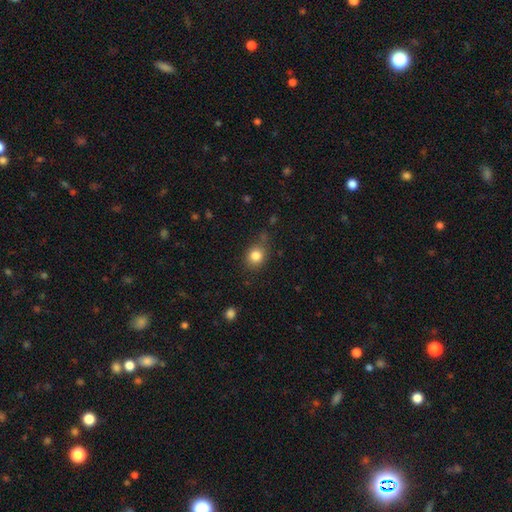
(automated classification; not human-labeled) A smooth galaxy with no disk features (83%) that is round (70%). Merging: none (70%).